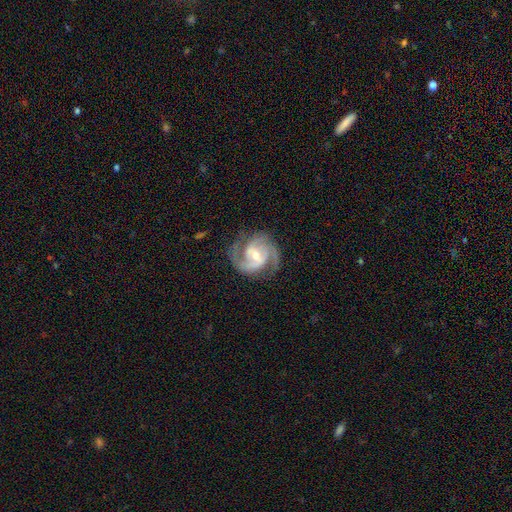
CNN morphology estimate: Overall: featured or disk (91%). Edge-on disk: no (98%). Bar: weak (50%; no 27%). Spiral arms: yes (98%). Spiral arm count: 2 (61%; 3 25%). Spiral winding: medium (52%; tight 37%). Bulge size: moderate (57%; small 39%). Merging: none (75%).